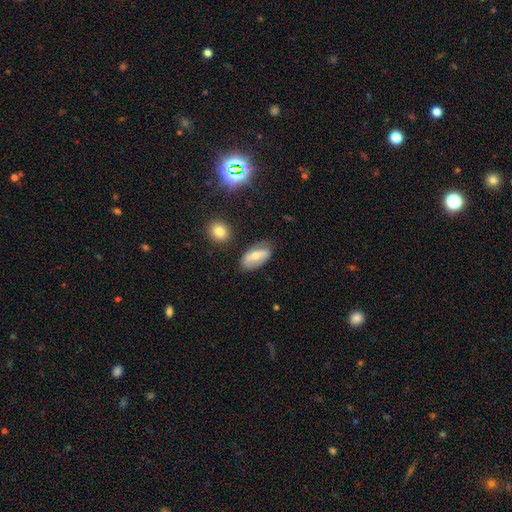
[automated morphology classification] A smooth galaxy with no disk features (47%). Merging: none (69%).